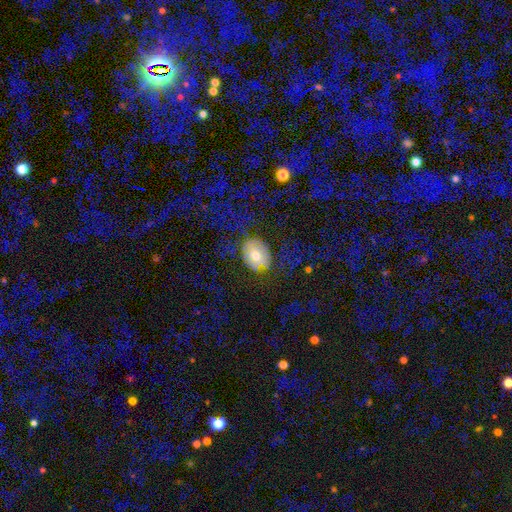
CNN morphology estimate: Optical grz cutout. It shows a smooth galaxy with no disk features (53%) that is in between round and cigar-shaped (60%). Merging: none (59%).